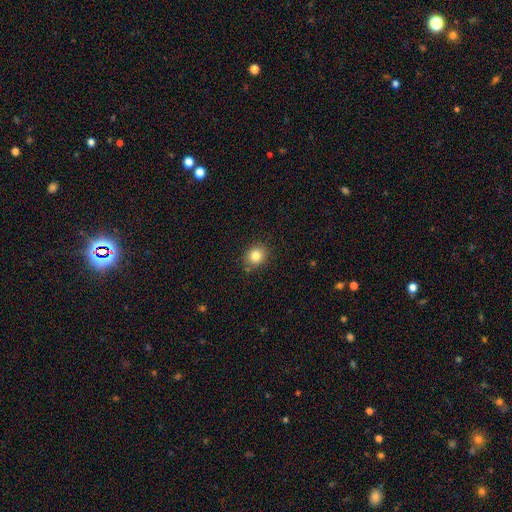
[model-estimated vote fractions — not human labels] Q: Smooth or featured?
A: smooth (82%); runner-up: star or artifact (11%)
Q: How rounded?
A: round (75%); runner-up: in between (24%)
Q: Merging?
A: none (86%); runner-up: minor disturbance (10%)